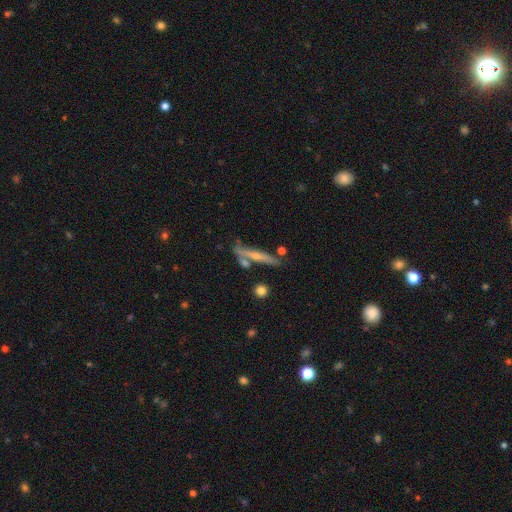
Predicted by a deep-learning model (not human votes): A featured or disk galaxy (59%) viewed edge-on (91%) with a rounded central bulge (65%).

Vote fractions:
- Smooth or featured? featured or disk: 59% / smooth: 32% / star or artifact: 8%
- Edge-on disk? yes: 91% / no: 9%
- Edge-on bulge? rounded: 65% / none: 29% / boxy: 6%
- Merging? none: 70% / minor disturbance: 15% / merger: 11% / major disturbance: 4%